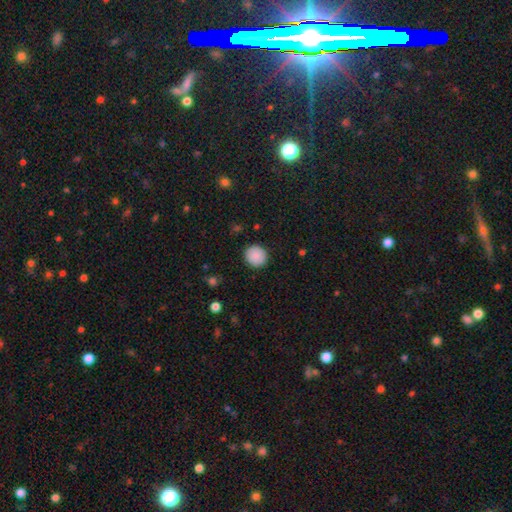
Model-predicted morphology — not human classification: smooth 89%, star or artifact 8%, featured or disk 3%. Down the decision tree: how rounded — round (92%); merging — none (91%).